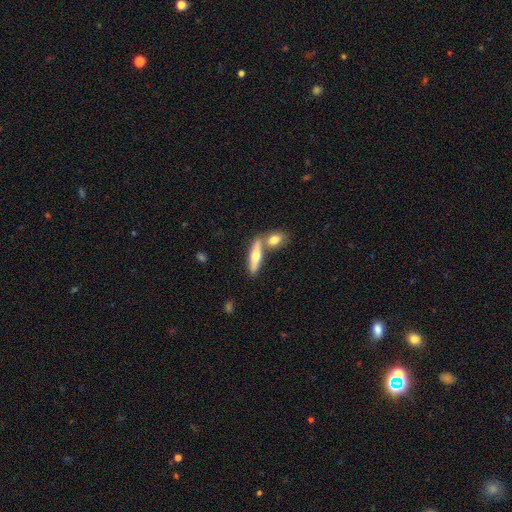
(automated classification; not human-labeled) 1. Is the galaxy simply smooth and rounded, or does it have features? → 51% smooth, 43% featured or disk, 6% star or artifact.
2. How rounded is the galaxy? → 65% cigar-shaped, 32% in between, 3% round.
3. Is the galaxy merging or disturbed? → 56% none, 32% merger, 9% minor disturbance, 3% major disturbance.